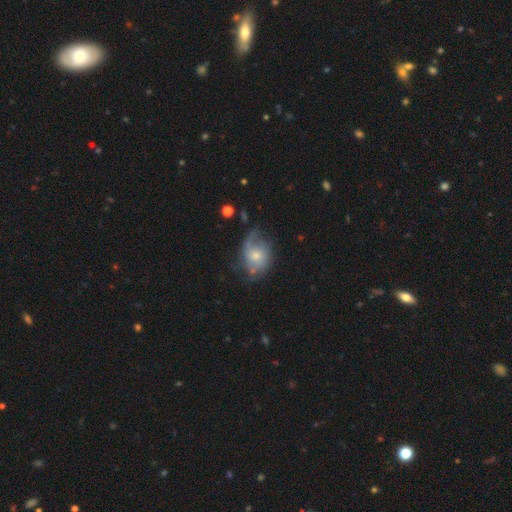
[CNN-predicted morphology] This is possibly a featured or disk galaxy (56%). It is clearly not viewed edge-on (96%). Bar: likely no (74%). Spiral arm pattern: likely yes (77%). Central bulge: possibly moderate (46%). Merging: possibly none (46%).